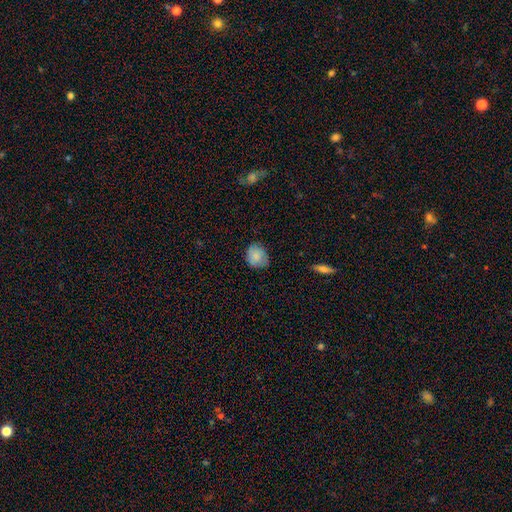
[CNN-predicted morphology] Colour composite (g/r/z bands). It shows a smooth galaxy with no disk features (82%) that is round (75%). Merging: none (75%).